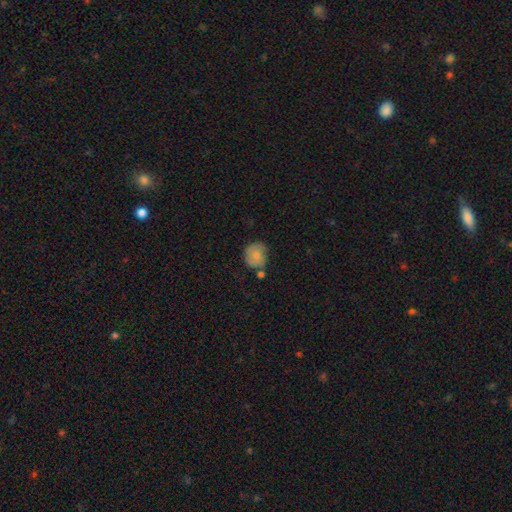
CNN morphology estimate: Q: Smooth or featured?
A: smooth (72%); runner-up: featured or disk (20%)
Q: How rounded?
A: round (78%); runner-up: in between (21%)
Q: Merging?
A: none (59%); runner-up: minor disturbance (24%)